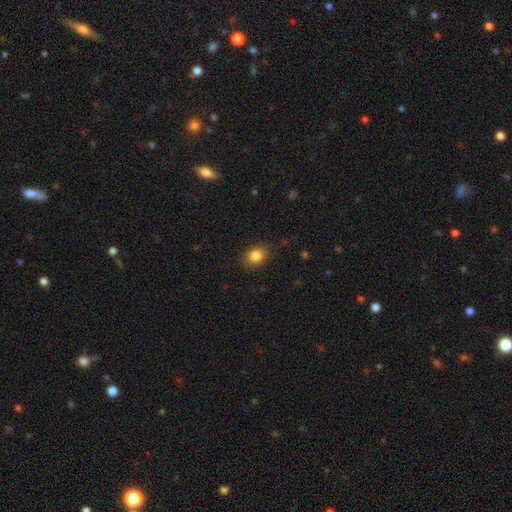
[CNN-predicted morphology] Smooth or featured?
  - smooth: 85% *
  - star or artifact: 10%
  - featured or disk: 6%
How rounded?
  - in between: 51% *
  - round: 48%
  - cigar-shaped: 1%
Merging?
  - none: 85% *
  - minor disturbance: 11%
  - major disturbance: 3%
  - merger: 1%